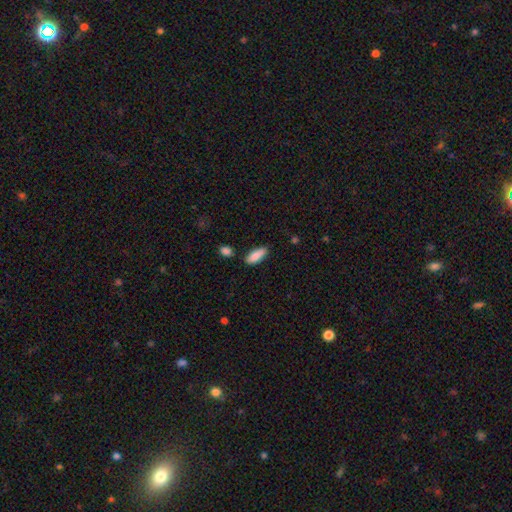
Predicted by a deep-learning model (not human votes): smooth-or-featured: smooth: 86% | featured or disk: 7% | star or artifact: 6%
  how-rounded: in between: 69% | cigar-shaped: 29% | round: 2%
  merging: none: 72% | minor disturbance: 19% | merger: 5% | major disturbance: 4%